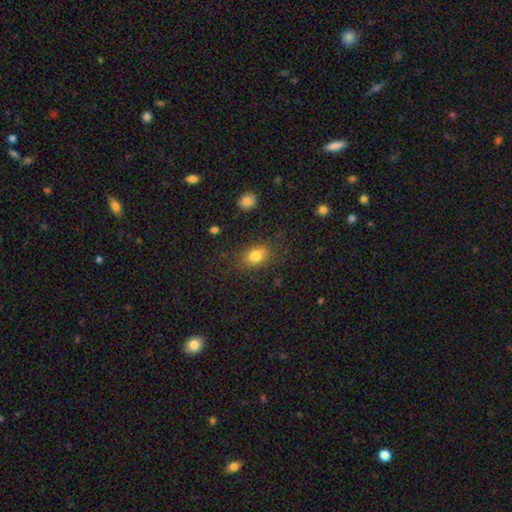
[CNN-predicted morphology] smooth 81%, star or artifact 11%, featured or disk 9%. Down the decision tree: how rounded — in between (78%); merging — none (80%).